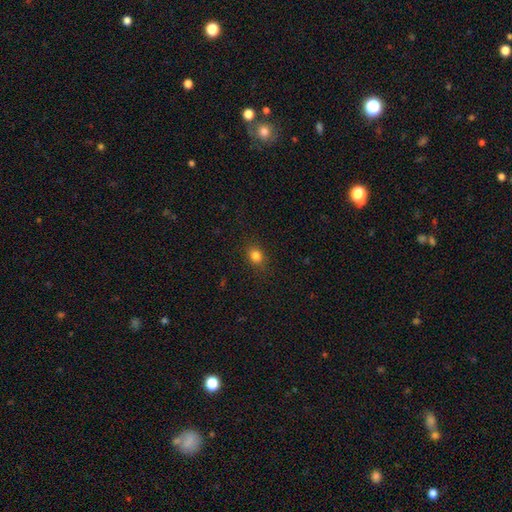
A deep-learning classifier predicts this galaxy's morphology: Smooth or featured? smooth (83%)
How rounded? round (55%)
Merging? none (88%)